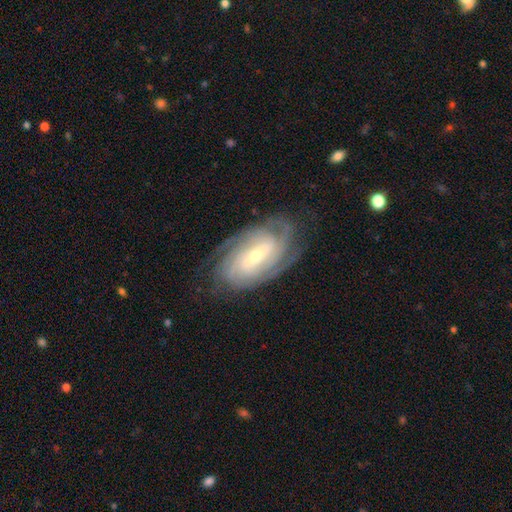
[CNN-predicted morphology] featured or disk 88%, smooth 7%, star or artifact 5%. Down the decision tree: edge-on disk — no (95%); bar — strong (42%); spiral arms — yes (97%); spiral arm count — 4 (24%, tied with can't tell); spiral winding — tight (68%); bulge size — small (63%); merging — none (78%).